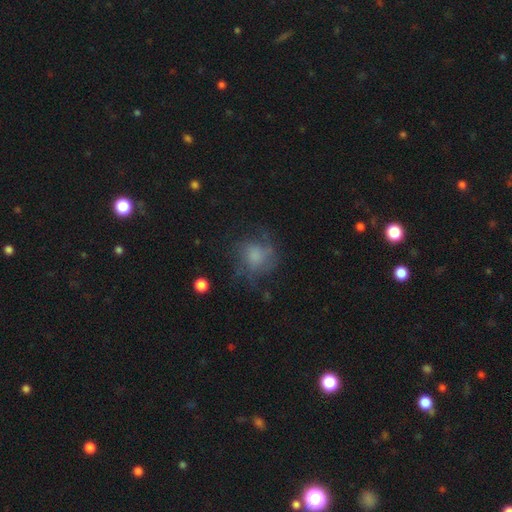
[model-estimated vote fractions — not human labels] smooth 48%, featured or disk 40%, star or artifact 13%. Down the decision tree: merging — none (54%).